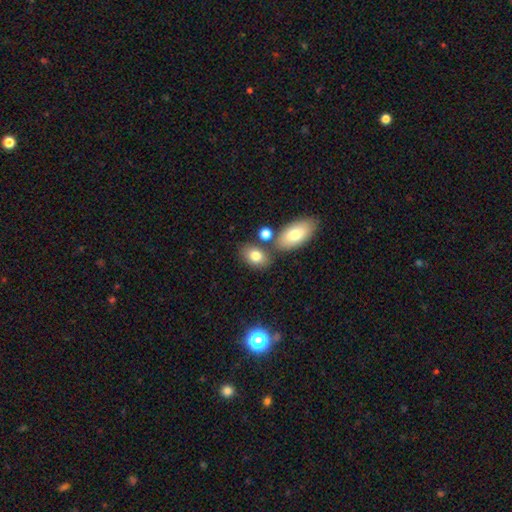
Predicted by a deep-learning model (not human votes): The model was most divided on "merging": none: 65%, merger: 19%, minor disturbance: 12%, major disturbance: 4%. More confident: how rounded — in between (83%); smooth or featured — smooth (79%).